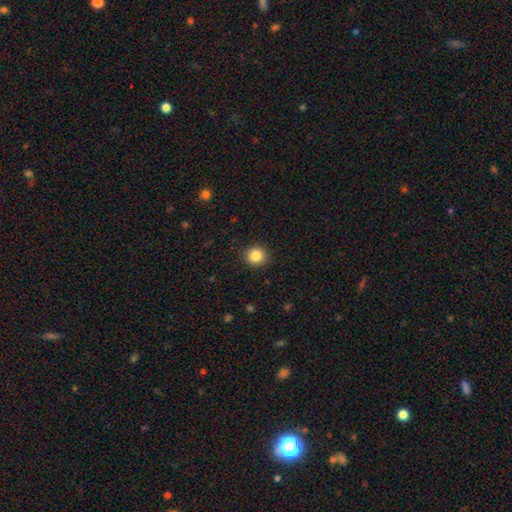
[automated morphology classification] smooth-or-featured: smooth: 85% | star or artifact: 10% | featured or disk: 5%
  how-rounded: round: 93% | in between: 6% | cigar-shaped: 1%
  merging: none: 92% | minor disturbance: 5% | major disturbance: 2% | merger: 1%